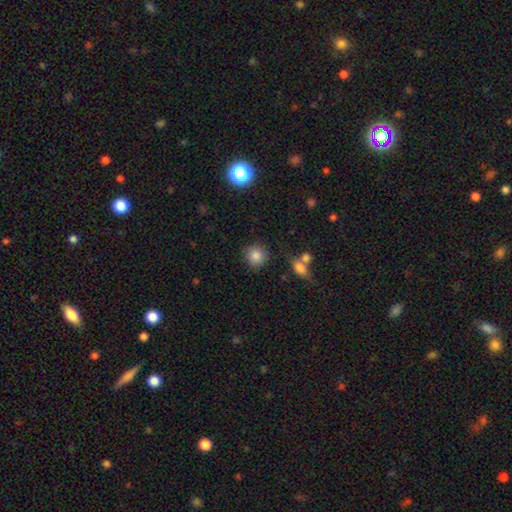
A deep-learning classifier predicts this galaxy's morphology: Overall: smooth (84%). How rounded: round (90%). Merging: none (83%).